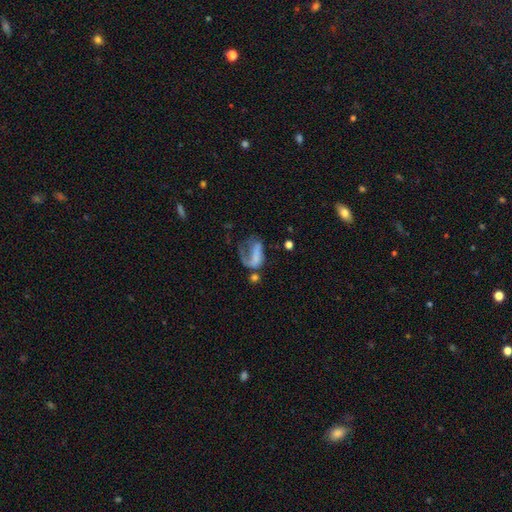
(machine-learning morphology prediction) This appears to be a featured or disk galaxy (47%). Merging: major disturbance (55%).